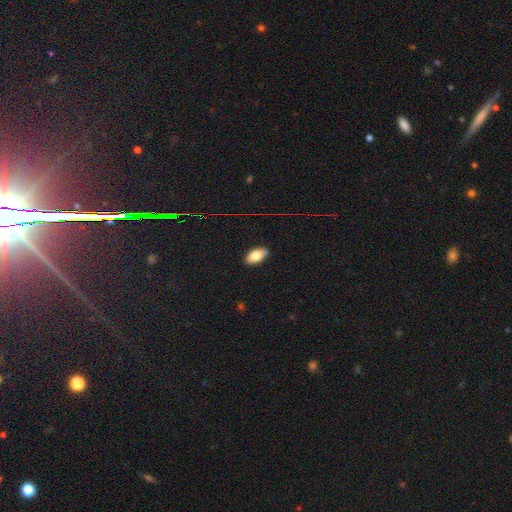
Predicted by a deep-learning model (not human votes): Morphology: type=smooth (78%); roundness=in between (92%); merging=none (84%).